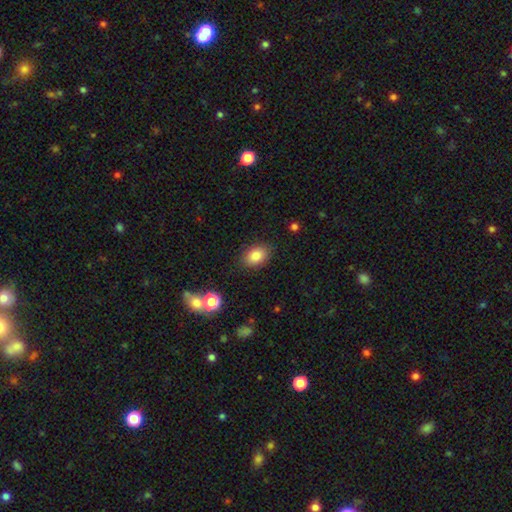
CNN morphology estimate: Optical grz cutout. It shows a smooth galaxy with no disk features (83%) that is in between round and cigar-shaped (78%). Merging: none (85%).